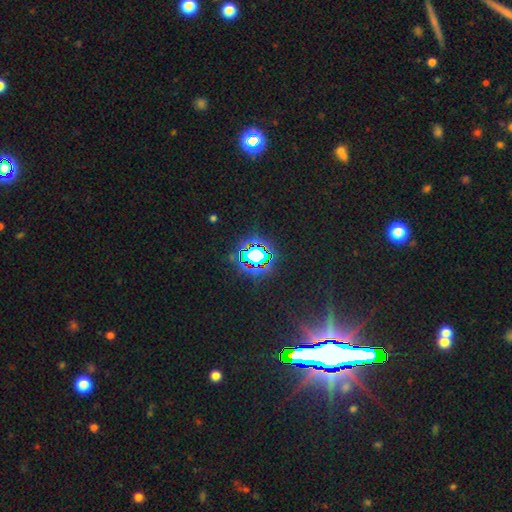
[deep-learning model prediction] Q: Smooth or featured?
A: star or artifact (73%); runner-up: smooth (17%)